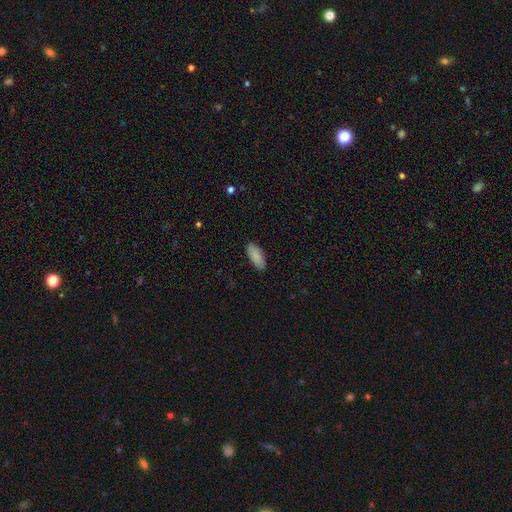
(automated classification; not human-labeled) A smooth galaxy with no disk features (88%) that is in between round and cigar-shaped (87%).

Vote fractions:
- Smooth or featured? smooth: 88% / star or artifact: 6% / featured or disk: 6%
- How rounded? in between: 87% / cigar-shaped: 12% / round: 2%
- Merging? none: 86% / minor disturbance: 11% / major disturbance: 2% / merger: 1%